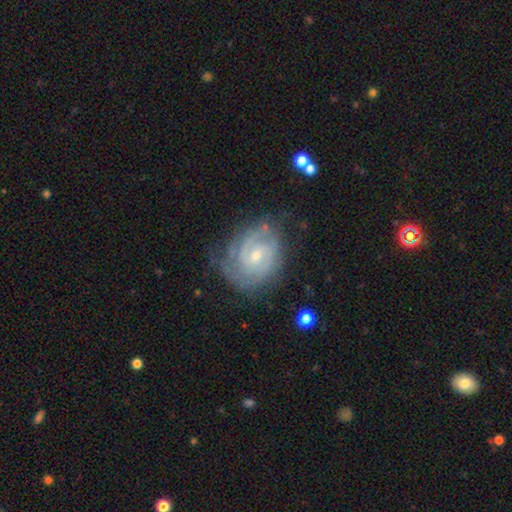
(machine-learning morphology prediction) This is clearly a featured or disk galaxy (85%). It is clearly not viewed edge-on (97%). Bar: possibly weak (49%). Spiral arm pattern: clearly yes (96%). Spiral arm count: marginally 2 (42%). Spiral winding: likely tight (67%). Central bulge: possibly small (57%). Merging: likely none (65%).